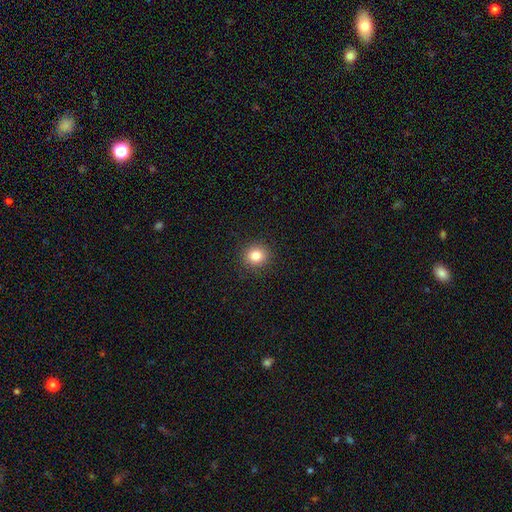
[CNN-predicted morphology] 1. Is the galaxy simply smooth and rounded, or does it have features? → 82% smooth, 12% star or artifact, 6% featured or disk.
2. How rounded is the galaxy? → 91% round, 9% in between, 1% cigar-shaped.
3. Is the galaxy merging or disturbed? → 92% none, 5% minor disturbance, 2% major disturbance, 1% merger.